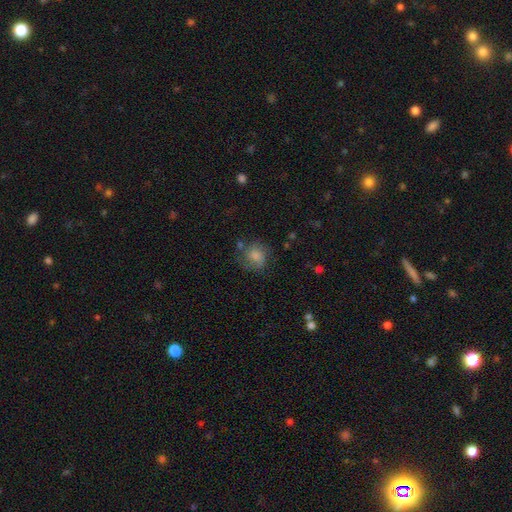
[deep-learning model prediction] smooth_or_featured: smooth (p=0.64) [alt: featured or disk p=0.26]
how_rounded: round (p=0.79) [alt: in between p=0.20]
merging: none (p=0.59) [alt: minor disturbance p=0.23]